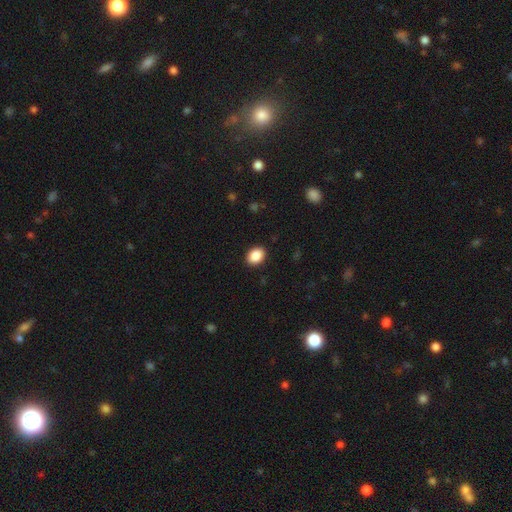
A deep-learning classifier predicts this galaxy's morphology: Smooth or featured: smooth — 89% (star or artifact — 8%)
How rounded: in between — 67% (round — 32%)
Merging: none — 91% (minor disturbance — 7%)